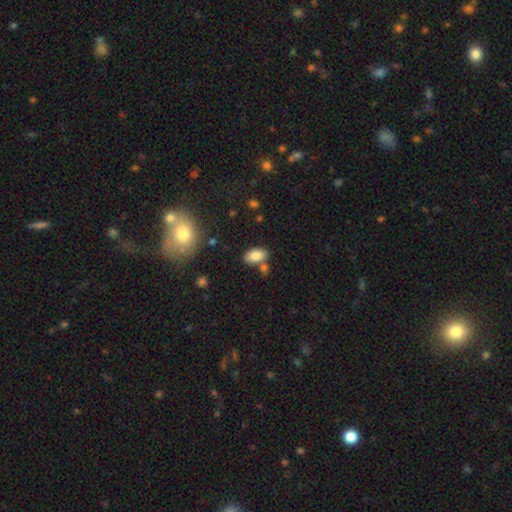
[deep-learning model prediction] smooth_or_featured: smooth (p=0.83) [alt: star or artifact p=0.09]
how_rounded: in between (p=0.92) [alt: round p=0.04]
merging: none (p=0.70) [alt: minor disturbance p=0.13]